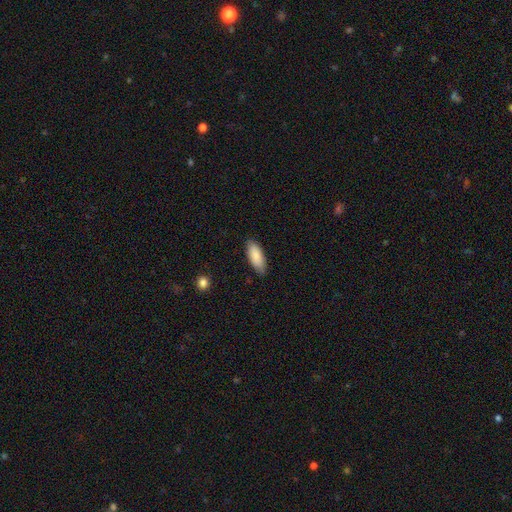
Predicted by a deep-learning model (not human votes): Smooth or featured? Predicted: smooth (p=0.87). How rounded? Predicted: in between (p=0.81). Merging? Predicted: none (p=0.83).